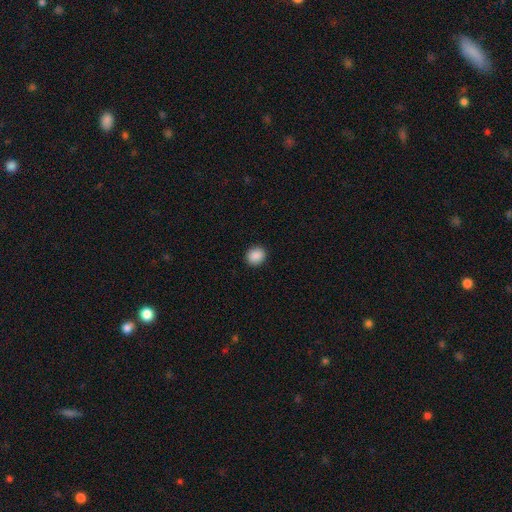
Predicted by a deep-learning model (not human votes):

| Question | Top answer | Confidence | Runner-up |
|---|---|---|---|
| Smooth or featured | smooth | 89% | star or artifact (8%) |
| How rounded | round | 75% | in between (24%) |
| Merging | none | 91% | minor disturbance (6%) |